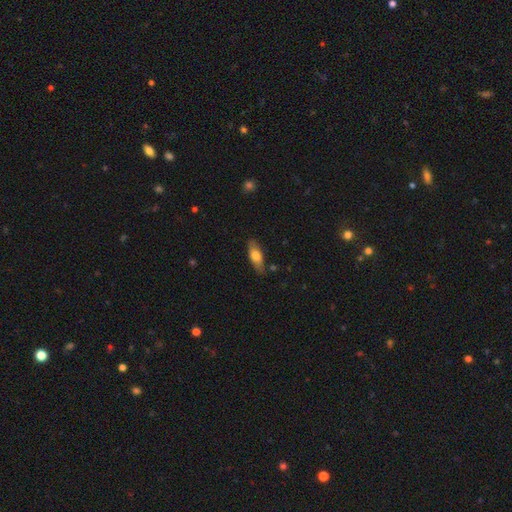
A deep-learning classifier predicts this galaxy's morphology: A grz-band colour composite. It shows a smooth galaxy with no disk features (68%) that is in between round and cigar-shaped (68%). Merging: none (81%).